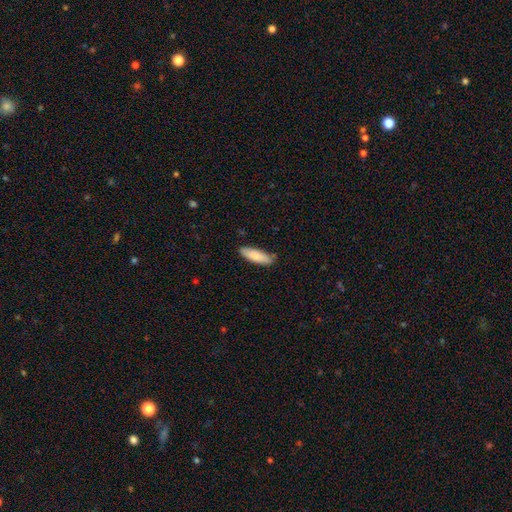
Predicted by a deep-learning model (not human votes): Smooth or featured?
  - smooth: 86% *
  - featured or disk: 8%
  - star or artifact: 5%
How rounded?
  - in between: 51% *
  - cigar-shaped: 47%
  - round: 1%
Merging?
  - none: 85% *
  - minor disturbance: 12%
  - major disturbance: 2%
  - merger: 1%